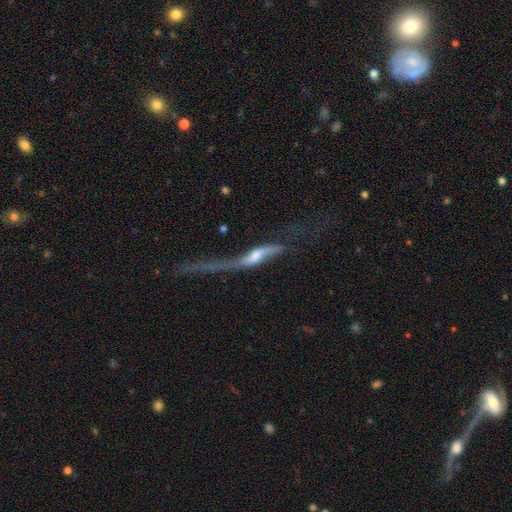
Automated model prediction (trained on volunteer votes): A featured or disk galaxy (65%). Merging: major disturbance (47%).